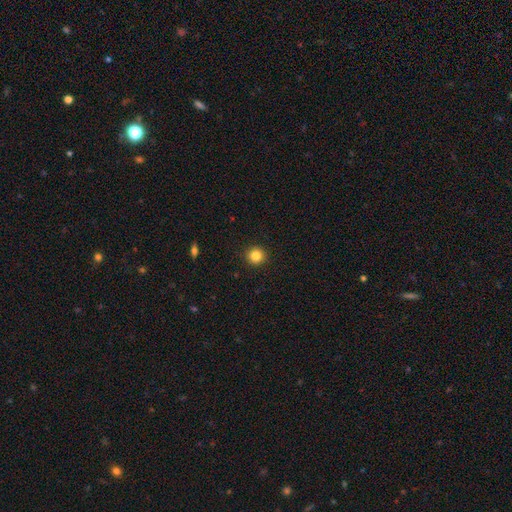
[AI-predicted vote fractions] smooth-or-featured: smooth: 84% | star or artifact: 11% | featured or disk: 5%
  how-rounded: round: 94% | in between: 5% | cigar-shaped: 1%
  merging: none: 93% | minor disturbance: 5% | major disturbance: 2% | merger: 1%